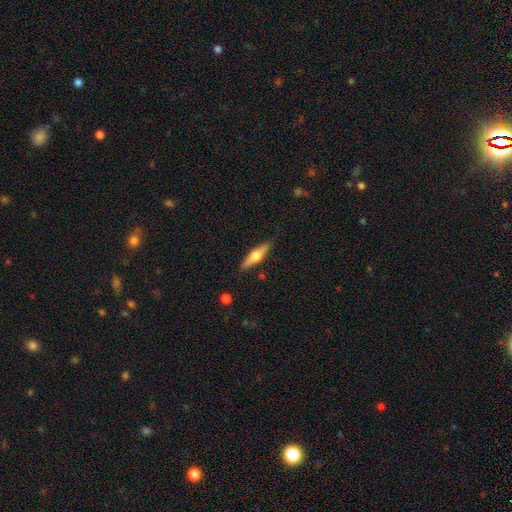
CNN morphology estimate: Smooth or featured?
  - featured or disk: 58% *
  - smooth: 36%
  - star or artifact: 6%
Edge-on disk?
  - yes: 95% *
  - no: 5%
Edge-on bulge?
  - rounded: 93% *
  - boxy: 5%
  - none: 2%
Merging?
  - none: 88% *
  - minor disturbance: 9%
  - major disturbance: 2%
  - merger: 1%